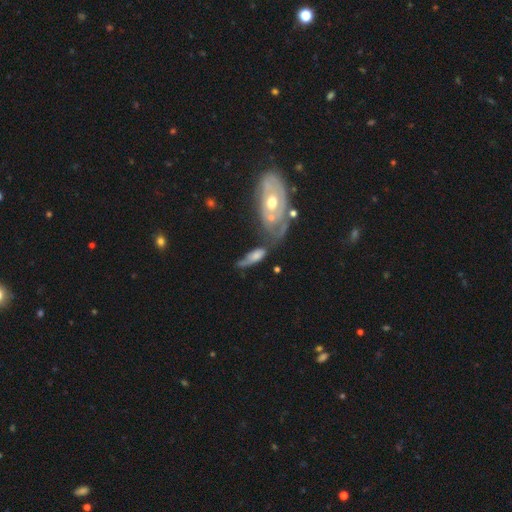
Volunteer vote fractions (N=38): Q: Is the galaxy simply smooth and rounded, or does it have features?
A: smooth — 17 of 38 (45%, tied with featured or disk).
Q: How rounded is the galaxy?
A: in between — 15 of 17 (88%).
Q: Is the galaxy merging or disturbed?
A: merger — 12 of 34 (35%).